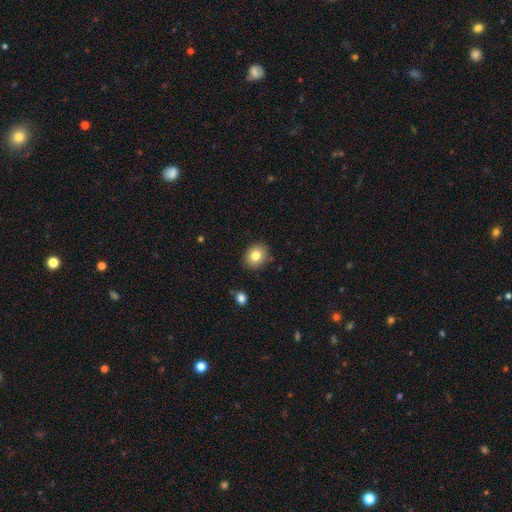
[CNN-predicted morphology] type=smooth (81%); roundness=round (63%); merging=none (87%).